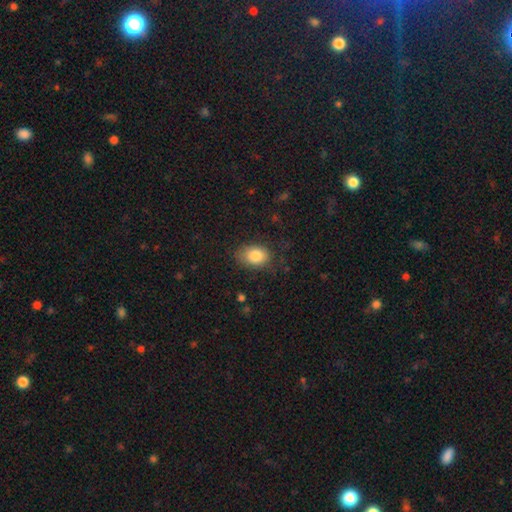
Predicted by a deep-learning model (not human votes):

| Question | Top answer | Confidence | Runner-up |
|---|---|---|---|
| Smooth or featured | smooth | 84% | star or artifact (8%) |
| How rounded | in between | 77% | round (22%) |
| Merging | none | 76% | minor disturbance (18%) |